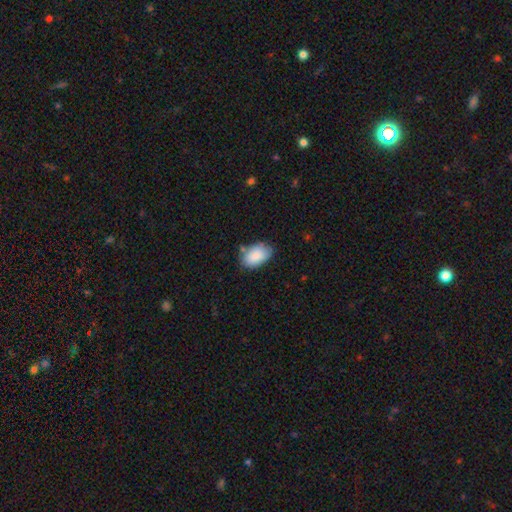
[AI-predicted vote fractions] Smooth or featured?
  - smooth: 87% *
  - featured or disk: 7%
  - star or artifact: 6%
How rounded?
  - in between: 92% *
  - round: 7%
  - cigar-shaped: 1%
Merging?
  - none: 68% *
  - minor disturbance: 23%
  - merger: 4%
  - major disturbance: 4%